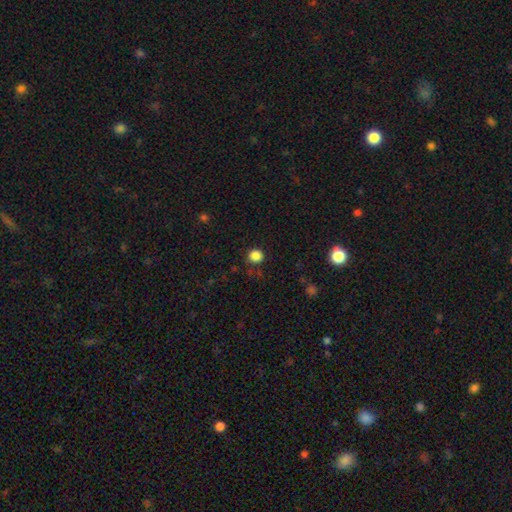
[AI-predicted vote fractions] smooth-or-featured: smooth: 85% | star or artifact: 12% | featured or disk: 3%
  how-rounded: round: 90% | in between: 9% | cigar-shaped: 1%
  merging: none: 86% | minor disturbance: 9% | major disturbance: 3% | merger: 2%